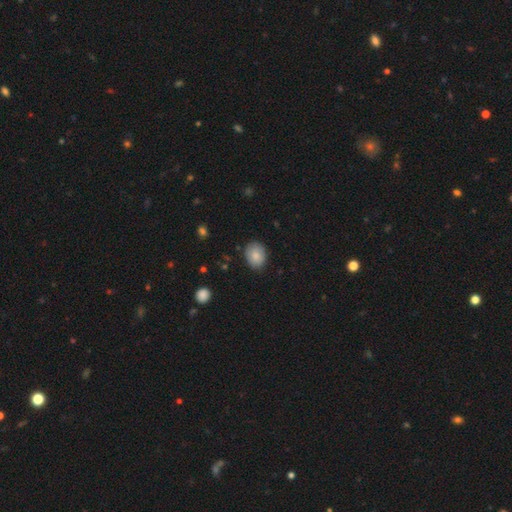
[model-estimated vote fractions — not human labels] smooth-or-featured: smooth: 85% | featured or disk: 8% | star or artifact: 8%
  how-rounded: in between: 59% | round: 41% | cigar-shaped: 1%
  merging: none: 83% | minor disturbance: 13% | major disturbance: 3% | merger: 1%